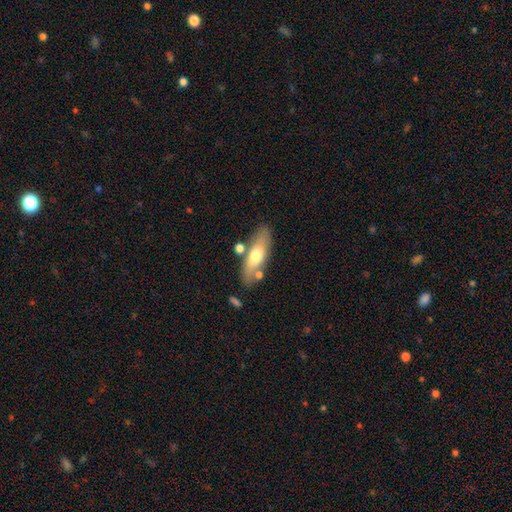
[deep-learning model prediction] Overall: smooth (58%; featured or disk 37%). How rounded: in between (60%; cigar-shaped 37%). Merging: none (74%).